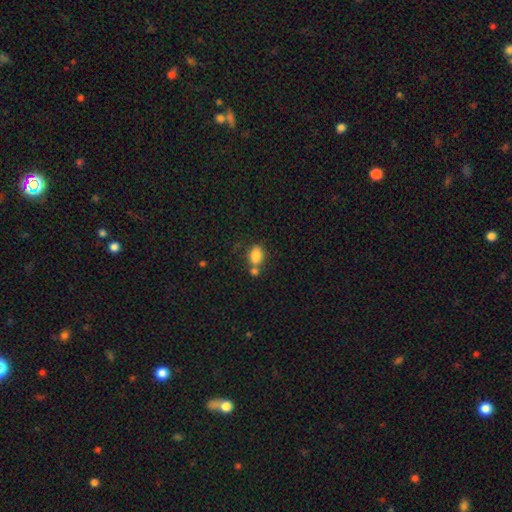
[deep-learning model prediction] smooth 84%, star or artifact 9%, featured or disk 7%. Down the decision tree: how rounded — in between (76%); merging — none (49%).